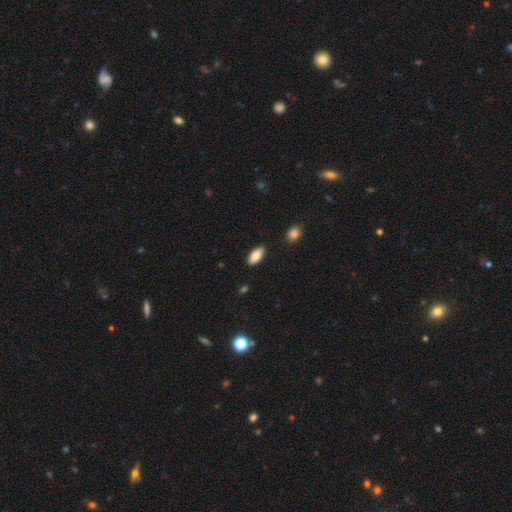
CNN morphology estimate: A smooth galaxy with no disk features (85%) that is in between round and cigar-shaped (89%).

Vote fractions:
- Smooth or featured? smooth: 85% / featured or disk: 9% / star or artifact: 7%
- How rounded? in between: 89% / cigar-shaped: 8% / round: 2%
- Merging? none: 87% / minor disturbance: 10% / major disturbance: 2% / merger: 2%